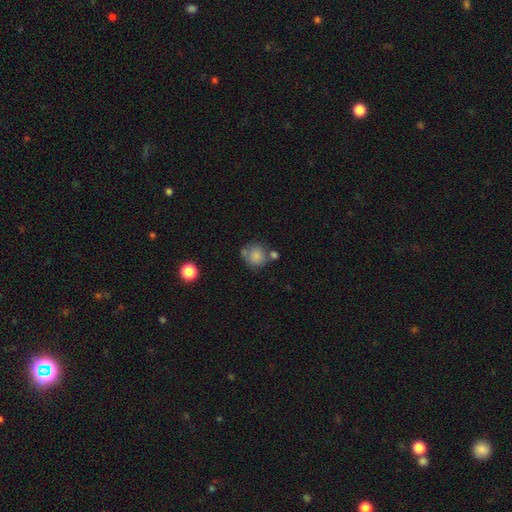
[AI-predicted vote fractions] smooth_or_featured: smooth (p=0.80) [alt: featured or disk p=0.10]
how_rounded: round (p=0.86) [alt: in between p=0.13]
merging: none (p=0.54) [alt: merger p=0.22]